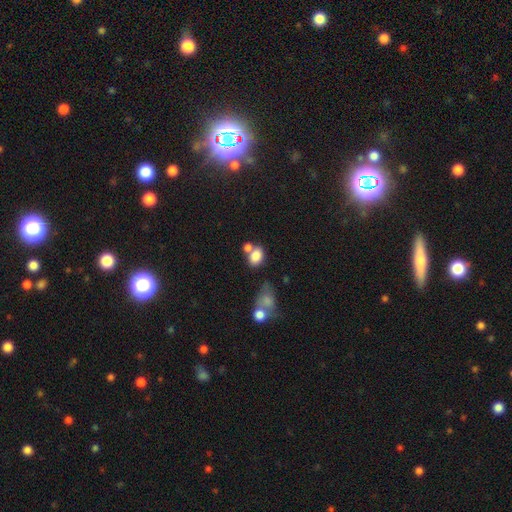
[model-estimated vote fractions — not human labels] A smooth galaxy with no disk features (81%) that is in between round and cigar-shaped (74%). Merging: none (41%).